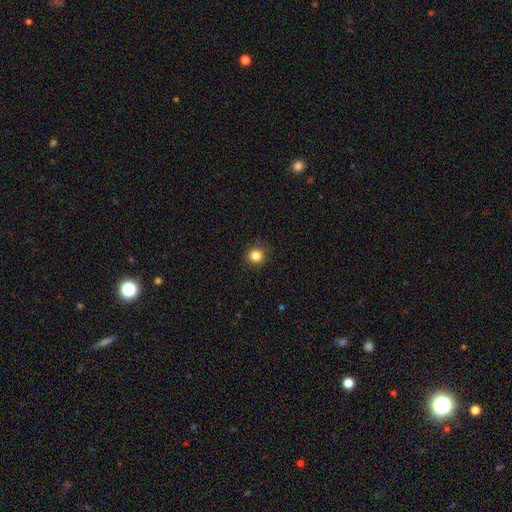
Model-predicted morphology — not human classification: smooth_or_featured: smooth (p=0.84) [alt: star or artifact p=0.12]
how_rounded: round (p=0.90) [alt: in between p=0.09]
merging: none (p=0.88) [alt: minor disturbance p=0.09]